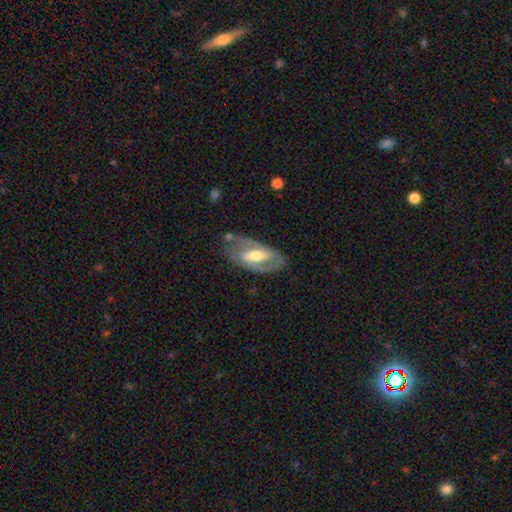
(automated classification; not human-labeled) A featured or disk galaxy (77%) with a strong bar (57%), spiral arms (69%) and a moderate central bulge (68%).

Vote fractions:
- Smooth or featured? featured or disk: 77% / smooth: 18% / star or artifact: 5%
- Edge-on disk? no: 90% / yes: 10%
- Bar? strong: 57% / weak: 29% / no: 14%
- Spiral arms? yes: 69% / no: 31%
- Bulge size? moderate: 68% / small: 19% / large: 11% / none: 1% / dominant: 1%
- Merging? none: 69% / minor disturbance: 19% / major disturbance: 9% / merger: 3%